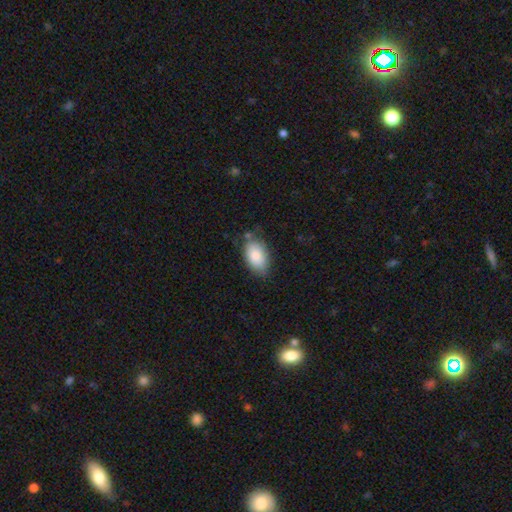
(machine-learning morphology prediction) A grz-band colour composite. It shows a smooth galaxy with no disk features (85%) that is in between round and cigar-shaped (93%). Merging: none (72%).